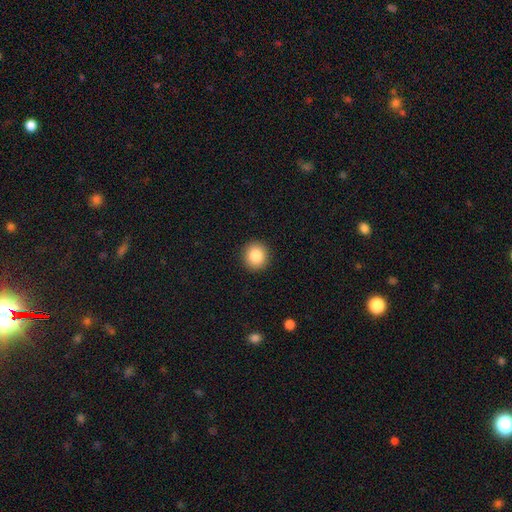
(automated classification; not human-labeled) A smooth galaxy with no disk features (83%) that is round (91%).

Vote fractions:
- Smooth or featured? smooth: 83% / star or artifact: 10% / featured or disk: 7%
- How rounded? round: 91% / in between: 8% / cigar-shaped: 1%
- Merging? none: 92% / minor disturbance: 5% / major disturbance: 2% / merger: 1%